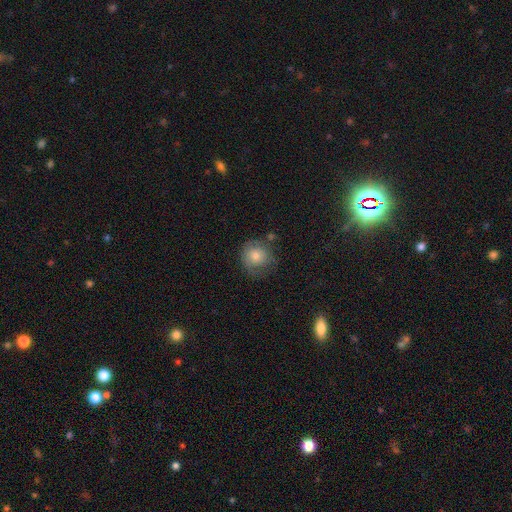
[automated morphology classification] type=smooth (67%); roundness=round (86%); merging=none (58%).